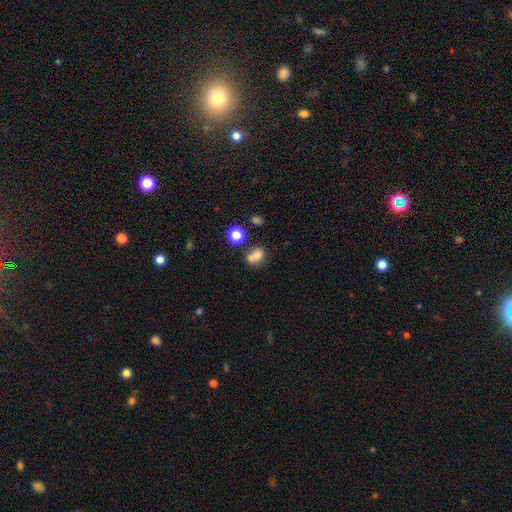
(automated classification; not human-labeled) Smooth or featured? smooth (71%)
How rounded? round (68%)
Merging? merger (51%)